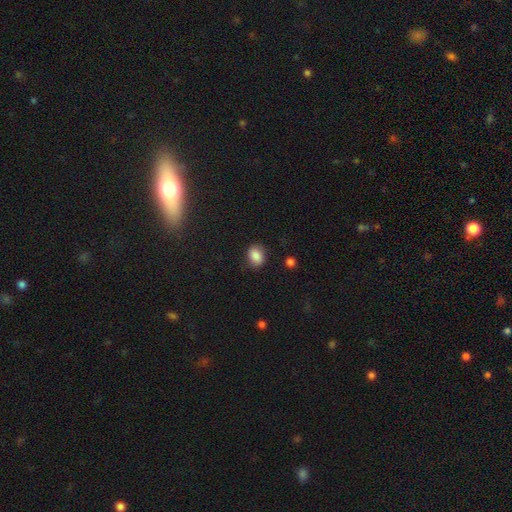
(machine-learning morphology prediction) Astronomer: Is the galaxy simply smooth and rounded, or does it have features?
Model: smooth — 86%.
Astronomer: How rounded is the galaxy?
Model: in between — 63%.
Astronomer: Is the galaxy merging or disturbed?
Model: none — 82%.